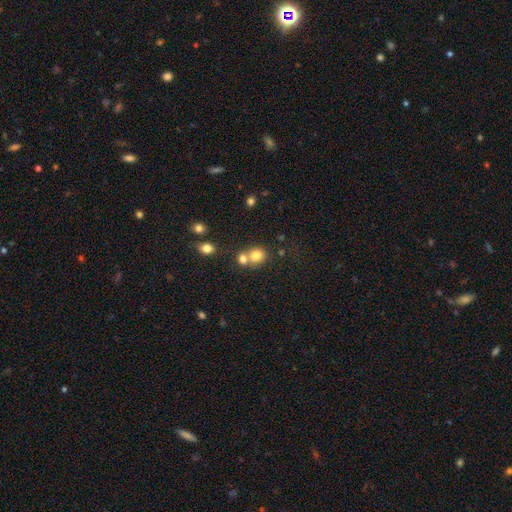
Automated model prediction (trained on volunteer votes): A smooth galaxy with no disk features (78%) that is round (75%). Merging: merger (47%).